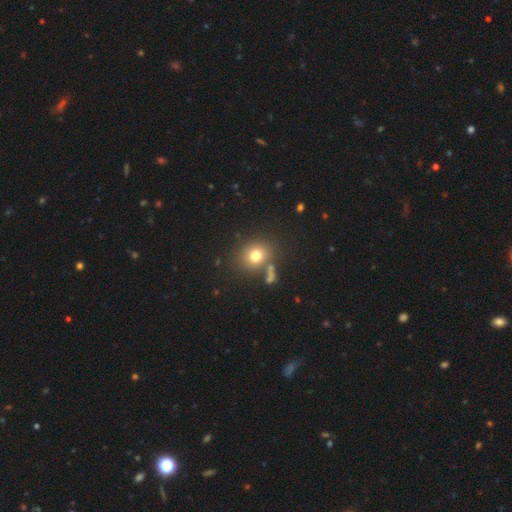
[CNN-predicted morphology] Smooth or featured? smooth (73%)
How rounded? round (74%)
Merging? none (74%)